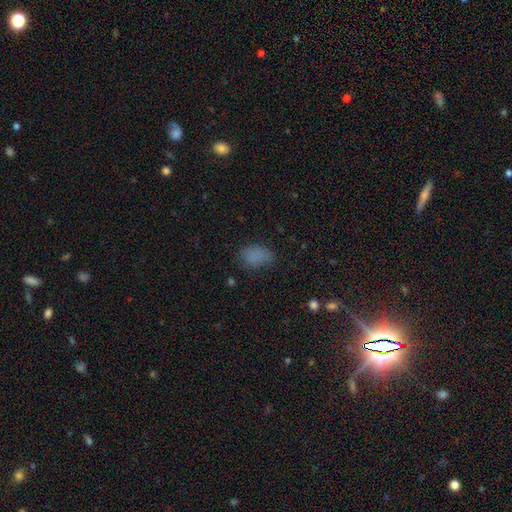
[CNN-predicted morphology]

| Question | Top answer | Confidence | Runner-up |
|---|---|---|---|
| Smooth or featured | smooth | 80% | star or artifact (14%) |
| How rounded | in between | 84% | round (15%) |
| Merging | none | 65% | minor disturbance (24%) |